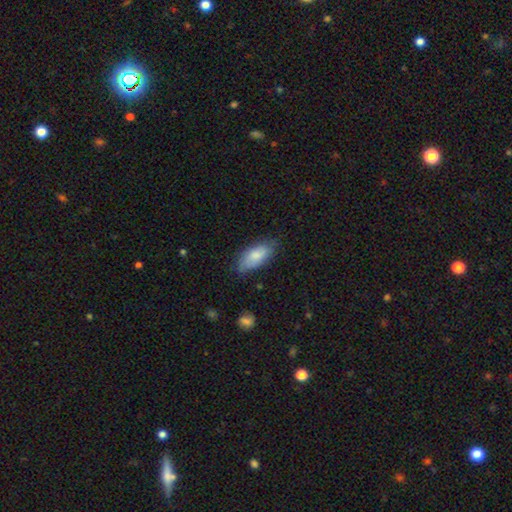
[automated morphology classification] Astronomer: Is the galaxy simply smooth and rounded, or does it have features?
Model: smooth — 78%.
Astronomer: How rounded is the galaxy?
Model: in between — 86%.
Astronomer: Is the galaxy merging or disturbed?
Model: none — 70%.